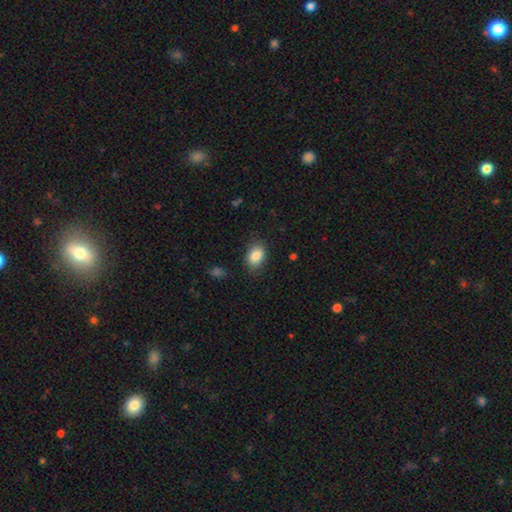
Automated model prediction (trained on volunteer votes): Q: Smooth or featured?
A: smooth (86%); runner-up: star or artifact (8%)
Q: How rounded?
A: in between (78%); runner-up: round (21%)
Q: Merging?
A: none (81%); runner-up: minor disturbance (14%)